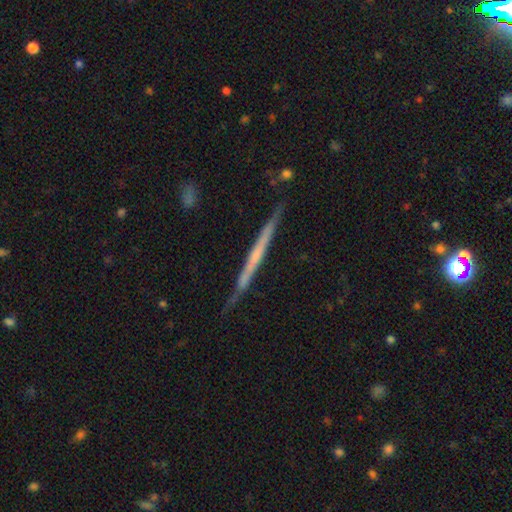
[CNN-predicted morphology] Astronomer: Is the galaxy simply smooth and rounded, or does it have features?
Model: featured or disk — 67%.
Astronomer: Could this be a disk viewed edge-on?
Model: yes — 97%.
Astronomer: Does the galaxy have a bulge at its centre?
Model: none — 77%.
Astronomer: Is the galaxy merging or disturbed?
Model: none — 84%.